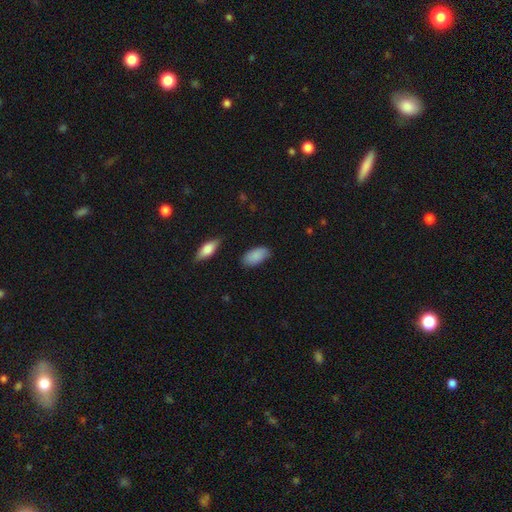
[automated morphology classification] smooth 89%, star or artifact 6%, featured or disk 5%. Down the decision tree: how rounded — in between (93%); merging — none (81%).